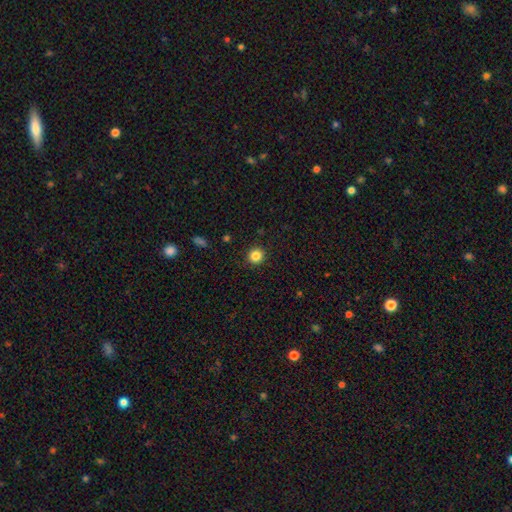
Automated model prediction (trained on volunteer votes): This is clearly a smooth galaxy (85%). How rounded: clearly round (92%). Merging: clearly none (91%).